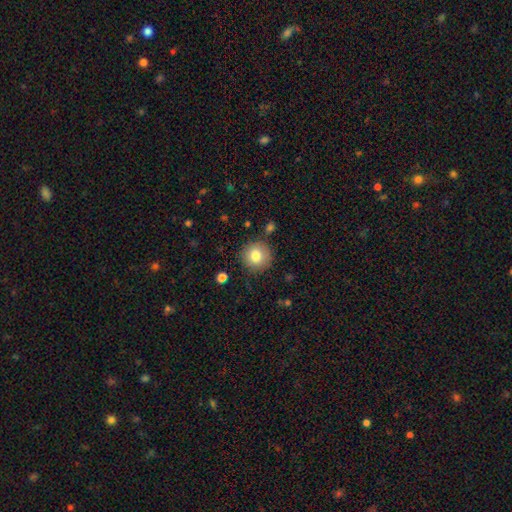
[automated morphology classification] A smooth galaxy with no disk features (80%) that is round (94%).

Vote fractions:
- Smooth or featured? smooth: 80% / featured or disk: 10% / star or artifact: 10%
- How rounded? round: 94% / in between: 5% / cigar-shaped: 1%
- Merging? none: 86% / minor disturbance: 9% / major disturbance: 3% / merger: 2%